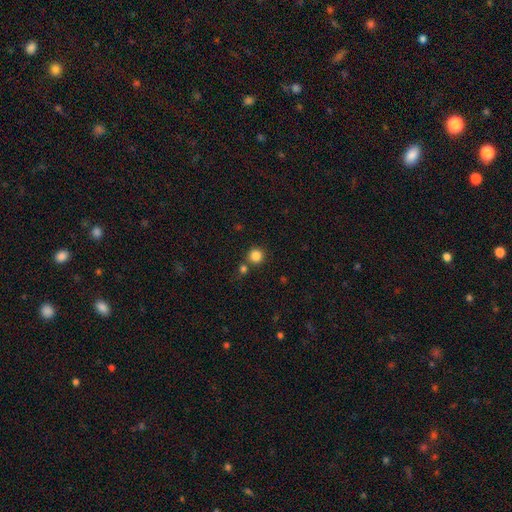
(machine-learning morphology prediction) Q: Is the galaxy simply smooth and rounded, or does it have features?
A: smooth — 84%.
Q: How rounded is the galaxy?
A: round — 93%.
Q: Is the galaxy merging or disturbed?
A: none — 76%.